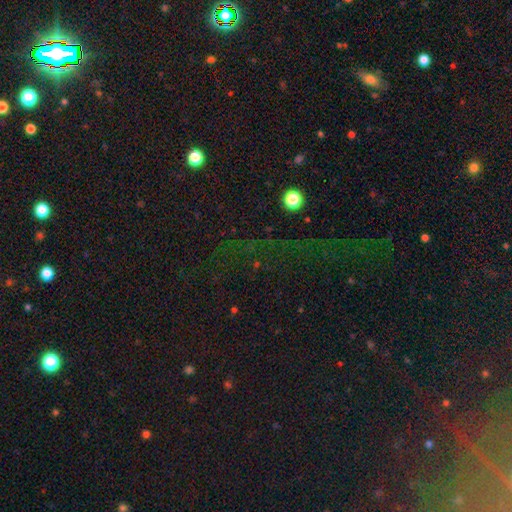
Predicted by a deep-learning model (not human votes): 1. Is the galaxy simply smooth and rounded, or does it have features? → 75% star or artifact, 16% smooth, 9% featured or disk.